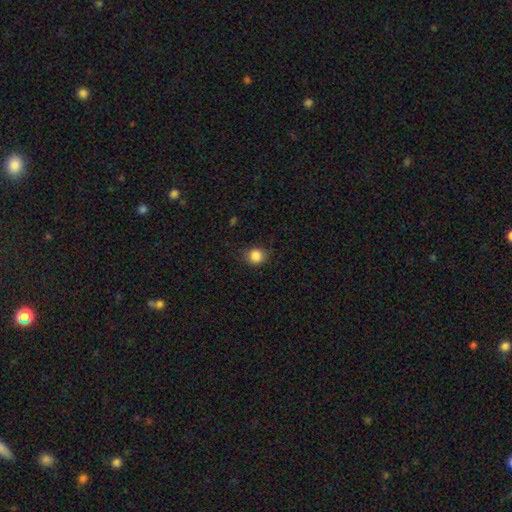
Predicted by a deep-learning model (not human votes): Smooth or featured?
  - smooth: 86% *
  - star or artifact: 10%
  - featured or disk: 4%
How rounded?
  - round: 86% *
  - in between: 13%
  - cigar-shaped: 1%
Merging?
  - none: 83% *
  - minor disturbance: 13%
  - major disturbance: 3%
  - merger: 1%